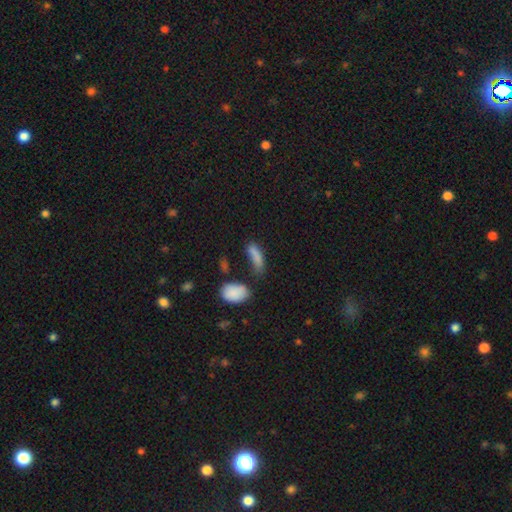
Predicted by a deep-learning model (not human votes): Smooth or featured? smooth (79%)
How rounded? in between (57%)
Merging? none (39%)